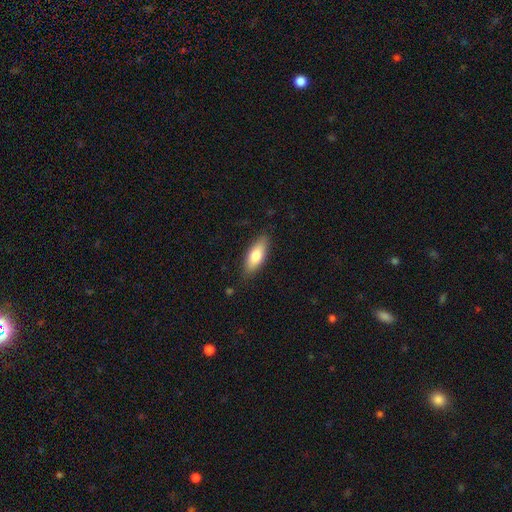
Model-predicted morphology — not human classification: smooth_or_featured: smooth (p=0.77) [alt: featured or disk p=0.17]
how_rounded: in between (p=0.73) [alt: cigar-shaped p=0.25]
merging: none (p=0.84) [alt: minor disturbance p=0.13]